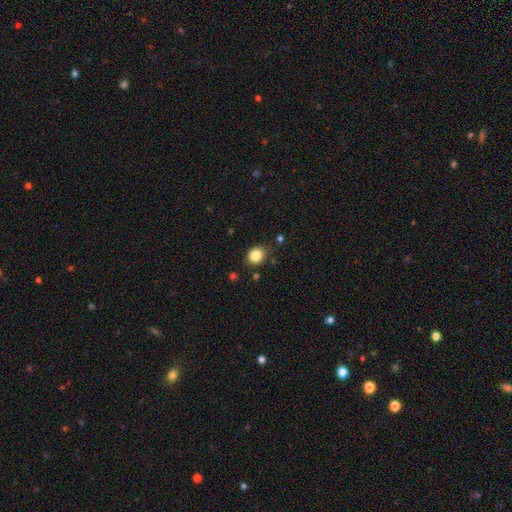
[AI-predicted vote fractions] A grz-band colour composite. It shows a smooth galaxy with no disk features (85%) that is round (63%). Merging: none (81%).